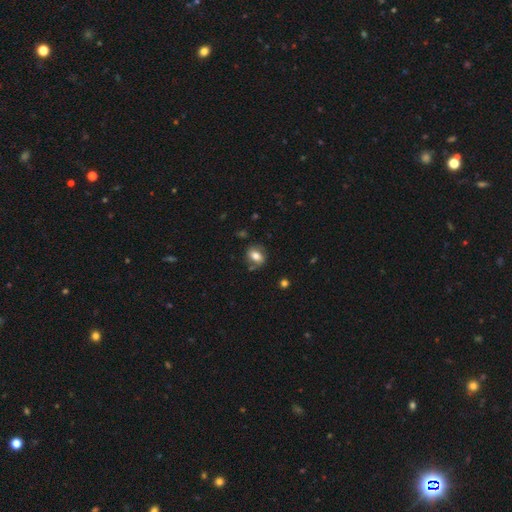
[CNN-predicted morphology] smooth-or-featured: smooth: 68% | featured or disk: 23% | star or artifact: 9%
  how-rounded: in between: 64% | round: 34% | cigar-shaped: 2%
  merging: none: 69% | minor disturbance: 19% | major disturbance: 7% | merger: 5%